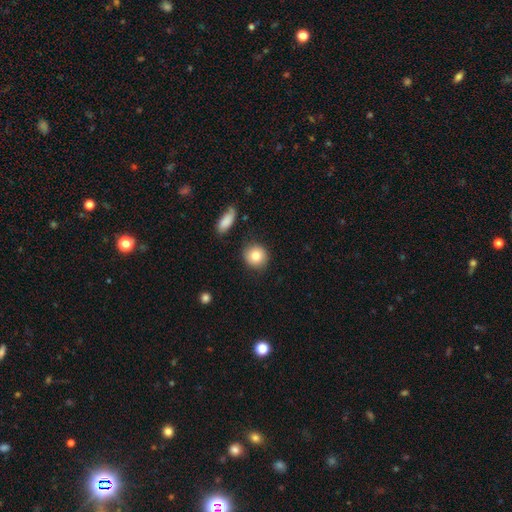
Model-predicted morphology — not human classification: This appears to be a smooth galaxy with no disk features (82%) that is round (89%). Merging: none (85%).